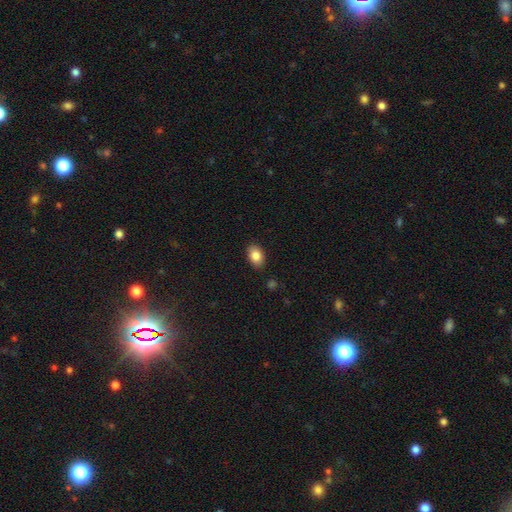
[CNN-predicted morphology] smooth-or-featured: smooth: 86% | star or artifact: 8% | featured or disk: 7%
  how-rounded: in between: 86% | round: 13% | cigar-shaped: 1%
  merging: none: 87% | minor disturbance: 9% | major disturbance: 2% | merger: 1%